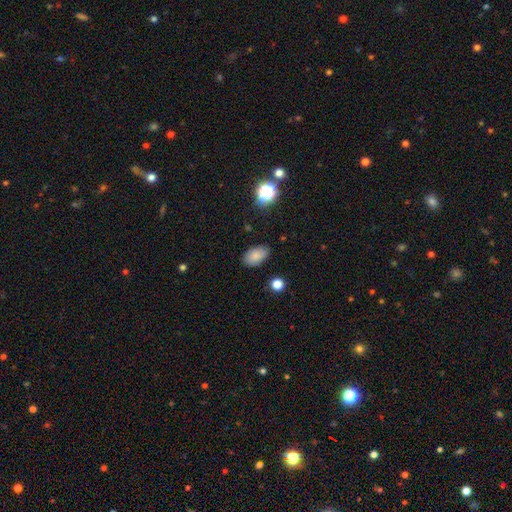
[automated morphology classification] This is clearly a smooth galaxy (82%). How rounded: clearly in between (91%). Merging: clearly none (81%).